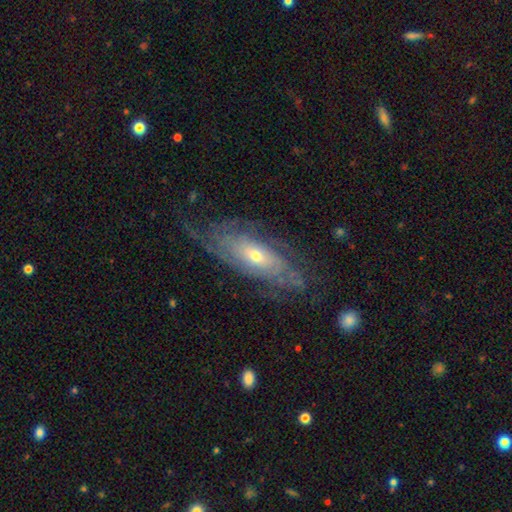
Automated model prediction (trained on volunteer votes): Smooth or featured: featured or disk — 82% (smooth — 11%)
Edge-on disk: no — 88% (yes — 12%)
Bar: no — 71% (weak — 23%)
Spiral arms: yes — 91% (no — 9%)
Spiral winding: tight — 67% (medium — 25%)
Spiral arm count: can't tell — 53% (2 — 16%)
Bulge size: small — 53% (moderate — 43%)
Merging: none — 69% (minor disturbance — 18%)